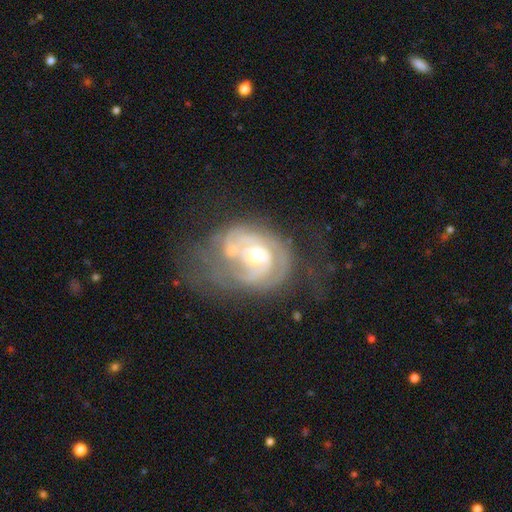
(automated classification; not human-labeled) This is clearly a featured or disk galaxy (82%). It is clearly not viewed edge-on (97%). Bar: likely no (68%). Spiral arm pattern: clearly yes (86%). Spiral arm count: marginally 2 (42%). Spiral winding: possibly tight (60%). Central bulge: possibly moderate (52%). Merging: marginally none (32%).